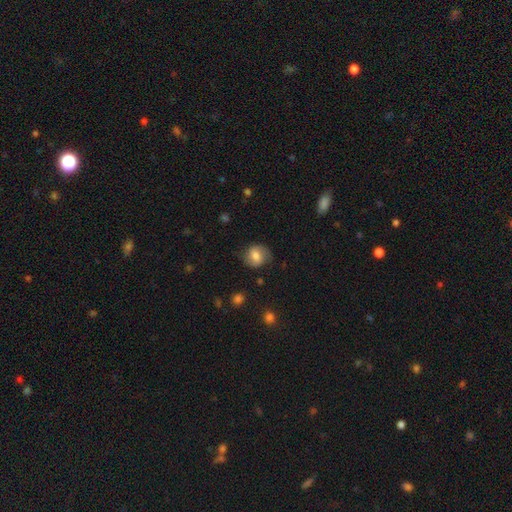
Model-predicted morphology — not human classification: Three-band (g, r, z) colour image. It shows a smooth galaxy with no disk features (66%) that is round (69%). Merging: none (73%).